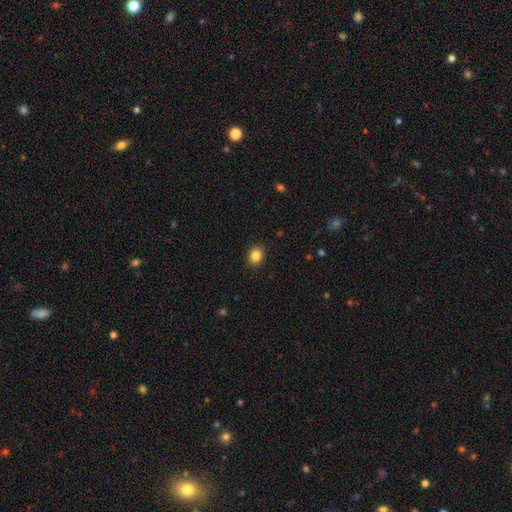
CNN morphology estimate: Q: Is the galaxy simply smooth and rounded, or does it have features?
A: smooth — 84%.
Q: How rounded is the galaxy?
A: round — 59%.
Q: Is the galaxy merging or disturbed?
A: none — 91%.